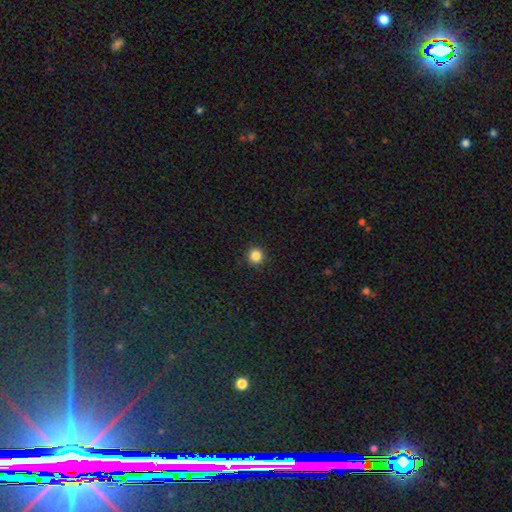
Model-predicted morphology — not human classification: Overall: smooth (85%). How rounded: round (95%). Merging: none (93%).